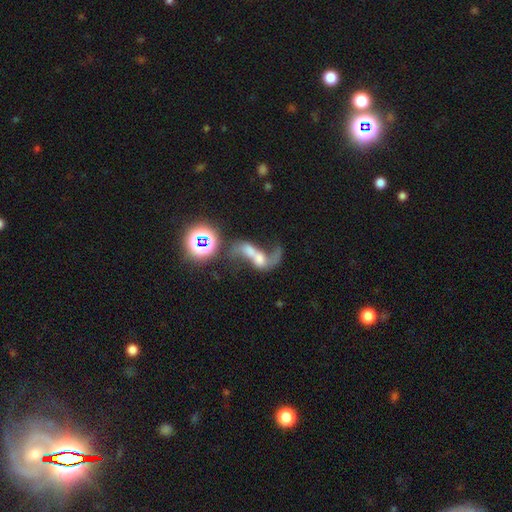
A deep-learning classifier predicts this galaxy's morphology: featured or disk 56%, smooth 24%, star or artifact 20%. Down the decision tree: edge-on disk — no (95%); bar — no (61%); spiral arms — yes (65%); bulge size — moderate (29%); merging — merger (62%).